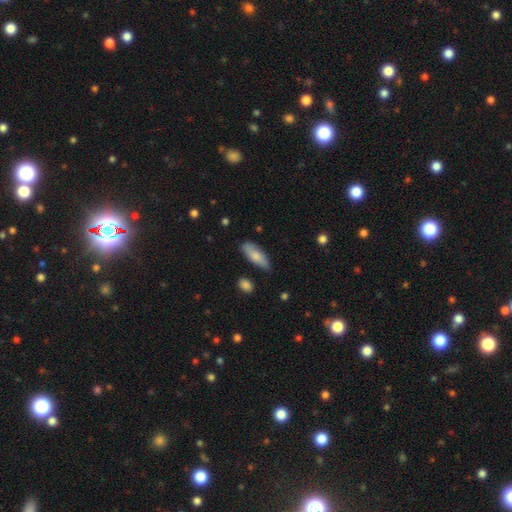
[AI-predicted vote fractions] Morphology: type=smooth (77%); roundness=in between (67%); merging=none (74%).